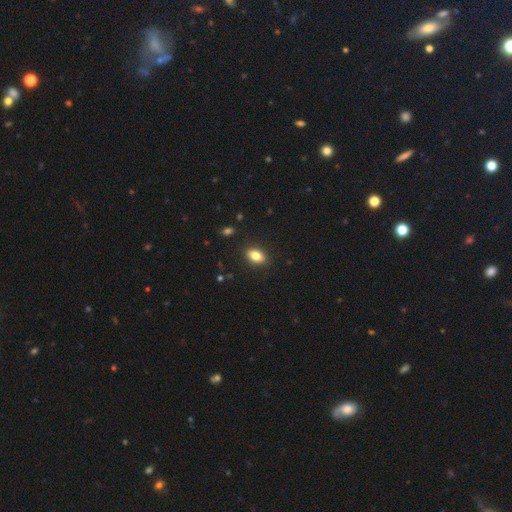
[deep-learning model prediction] smooth 82%, featured or disk 9%, star or artifact 9%. Down the decision tree: how rounded — in between (85%); merging — none (88%).